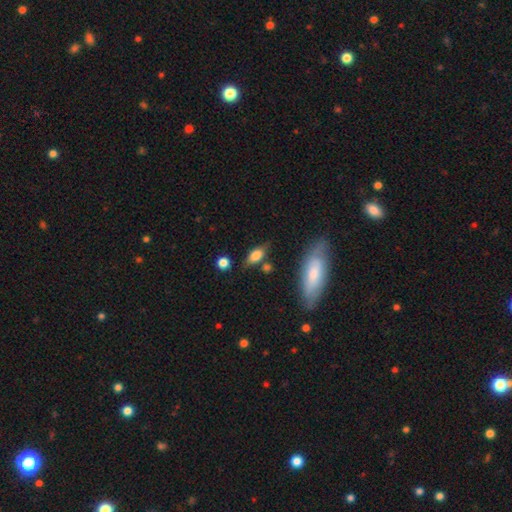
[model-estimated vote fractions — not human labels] This appears to be a smooth galaxy with no disk features (73%) that is in between round and cigar-shaped (79%). Merging: none (68%).